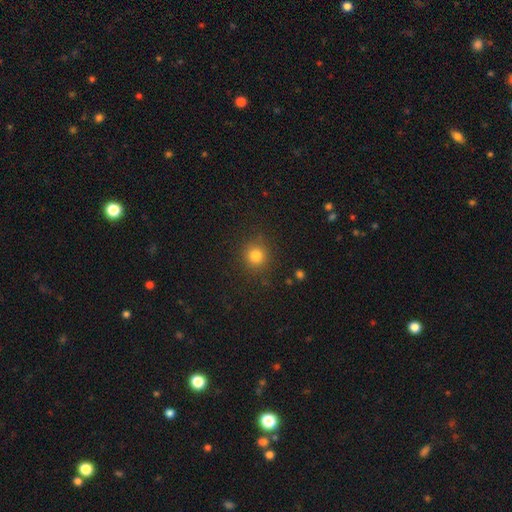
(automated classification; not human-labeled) Overall: smooth (81%). How rounded: round (92%). Merging: none (88%).